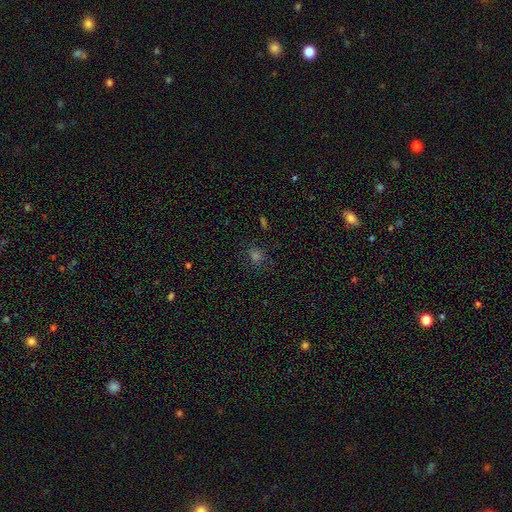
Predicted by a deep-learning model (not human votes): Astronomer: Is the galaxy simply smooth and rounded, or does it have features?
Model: smooth — 58% (runner-up: star or artifact, 34%).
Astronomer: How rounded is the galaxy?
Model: round — 70%.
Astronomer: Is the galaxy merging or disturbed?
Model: none — 81%.